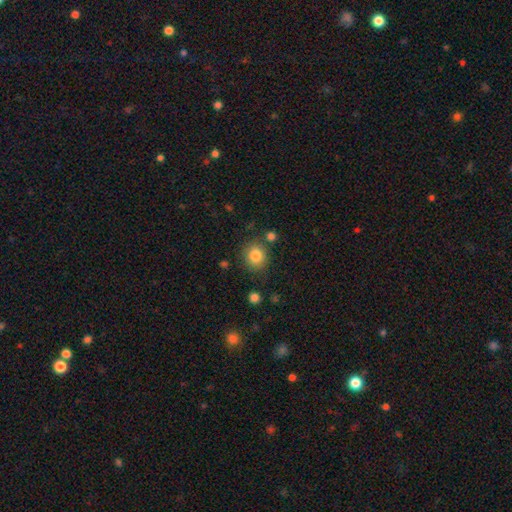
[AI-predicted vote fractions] Smooth or featured: smooth — 82% (star or artifact — 11%)
How rounded: round — 83% (in between — 16%)
Merging: none — 82% (minor disturbance — 10%)